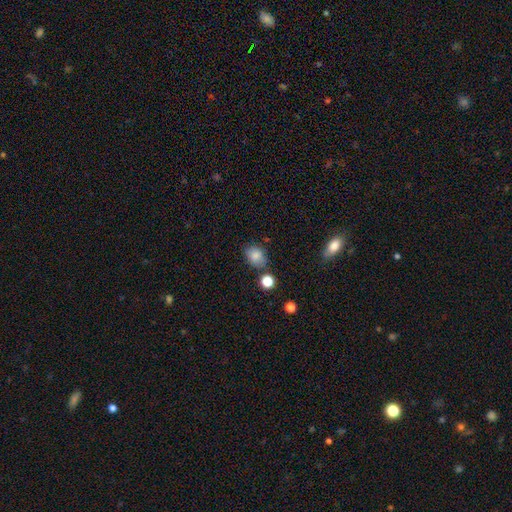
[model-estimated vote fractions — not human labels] Smooth or featured? Predicted: smooth (p=0.83). How rounded? Predicted: in between (p=0.60). Merging? Predicted: none (p=0.71).